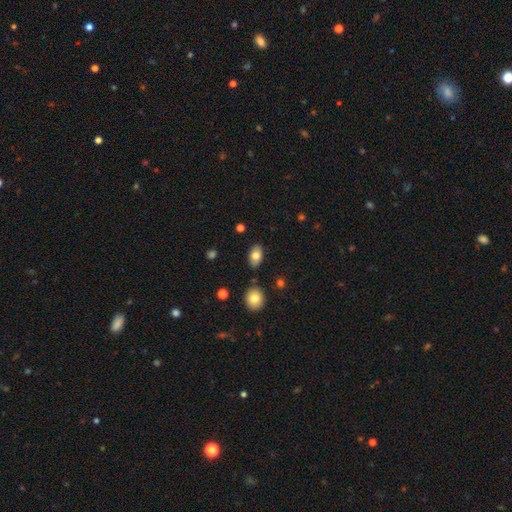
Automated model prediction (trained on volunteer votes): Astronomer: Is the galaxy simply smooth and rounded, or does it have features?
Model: smooth — 78%.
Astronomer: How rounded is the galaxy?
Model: in between — 90%.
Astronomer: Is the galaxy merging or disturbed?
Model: none — 82%.